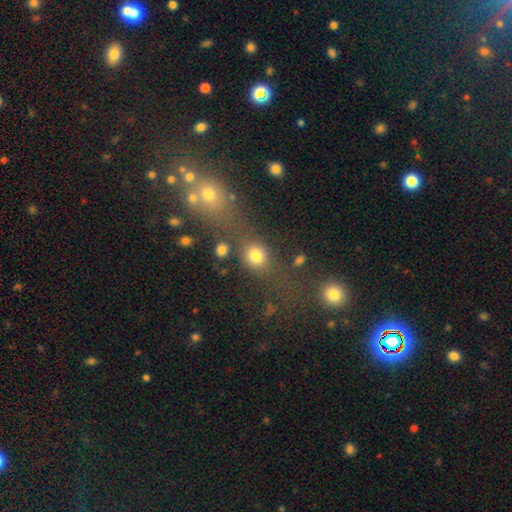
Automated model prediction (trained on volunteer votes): The model was most divided on "how rounded": round: 63%, in between: 34%, cigar-shaped: 4%. More confident: smooth or featured — smooth (76%); merging — none (53%).